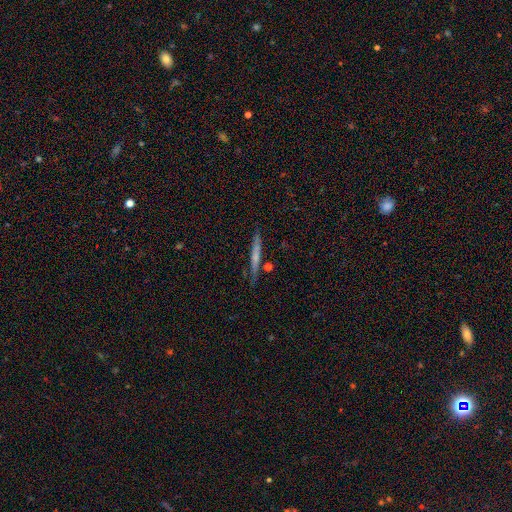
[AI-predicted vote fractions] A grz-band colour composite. It shows a smooth galaxy with no disk features (47%). Merging: none (83%).